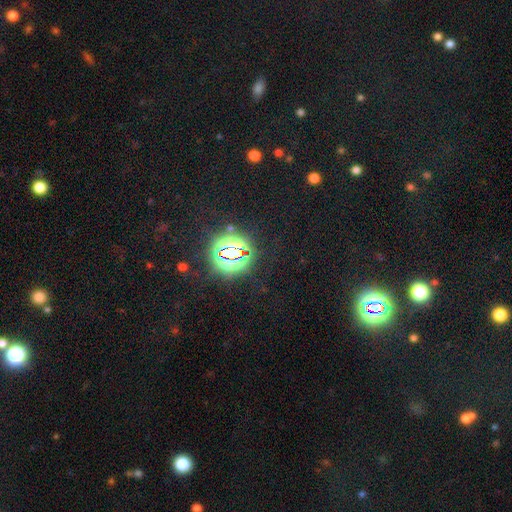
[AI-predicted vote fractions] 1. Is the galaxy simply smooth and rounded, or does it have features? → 77% star or artifact, 17% smooth, 7% featured or disk.